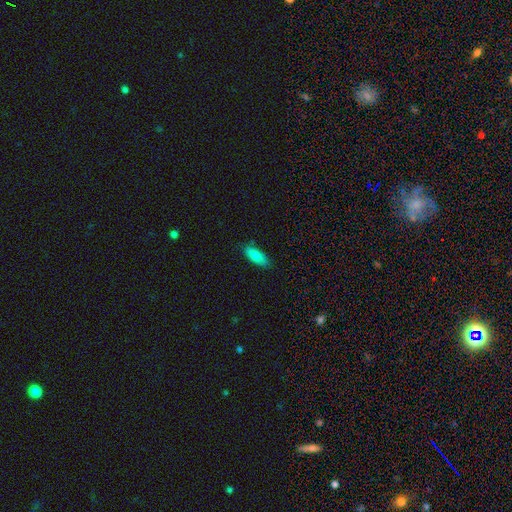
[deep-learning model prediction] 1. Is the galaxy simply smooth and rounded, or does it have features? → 82% smooth, 11% featured or disk, 7% star or artifact.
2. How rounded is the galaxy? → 71% in between, 28% cigar-shaped, 2% round.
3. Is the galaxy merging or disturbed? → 84% none, 13% minor disturbance, 2% major disturbance, 1% merger.